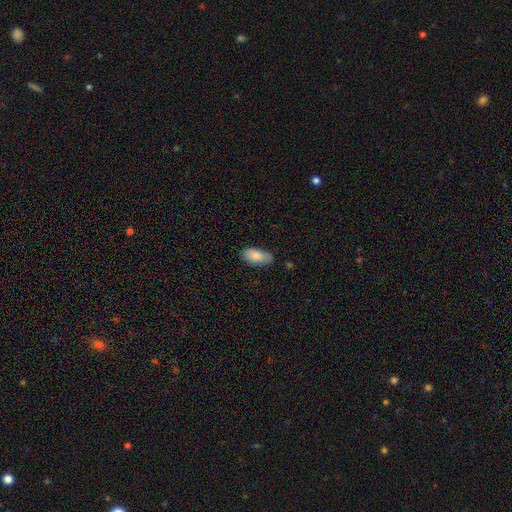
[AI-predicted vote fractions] Smooth or featured?
  - smooth: 83% *
  - featured or disk: 11%
  - star or artifact: 6%
How rounded?
  - in between: 91% *
  - cigar-shaped: 7%
  - round: 2%
Merging?
  - none: 76% *
  - minor disturbance: 20%
  - major disturbance: 3%
  - merger: 2%